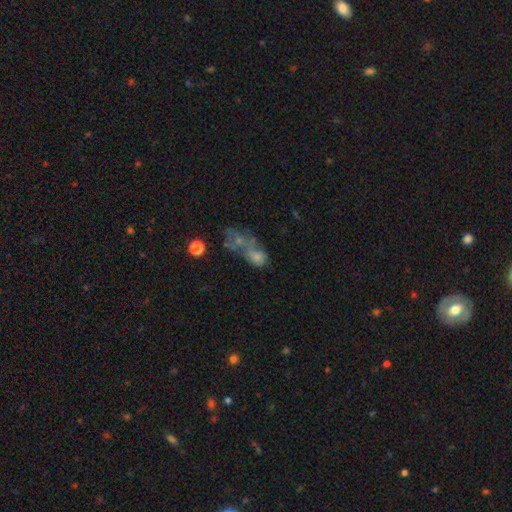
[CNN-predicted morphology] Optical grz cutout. It shows a smooth galaxy with no disk features (56%) that is in between round and cigar-shaped (69%). Merging: merger (59%).